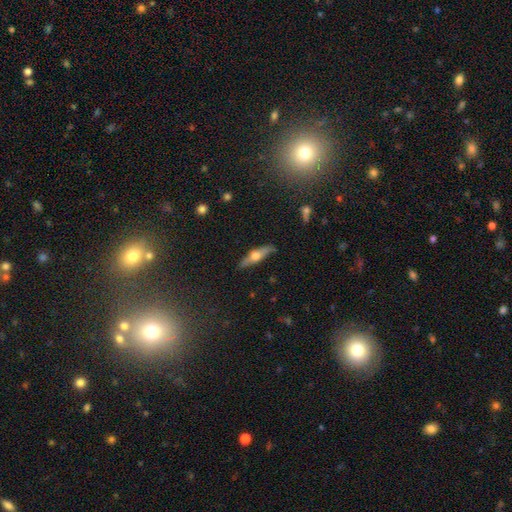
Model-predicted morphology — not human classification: smooth_or_featured: featured or disk (p=0.59) [alt: smooth p=0.35]
disk_edge_on: yes (p=0.93) [alt: no p=0.07]
edge_on_bulge: rounded (p=0.93) [alt: boxy p=0.04]
merging: none (p=0.85) [alt: minor disturbance p=0.11]